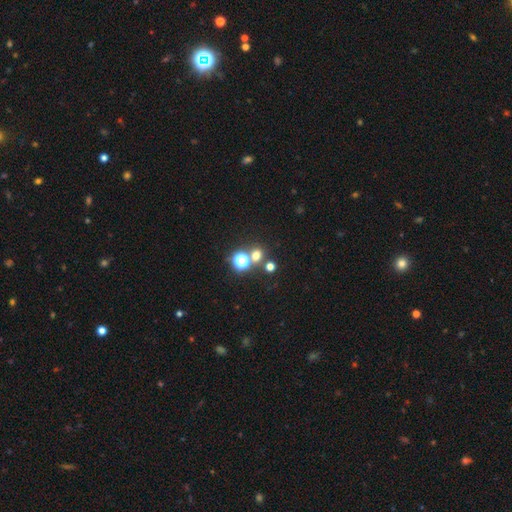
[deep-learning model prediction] Morphology: type=smooth (61%); roundness=round (84%); merging=none (69%).